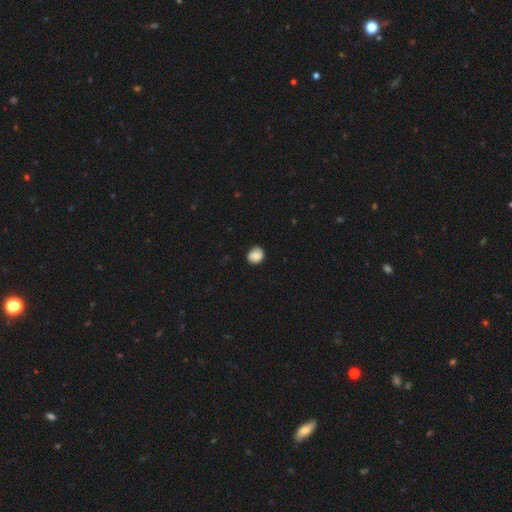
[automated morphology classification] Smooth or featured?
  - smooth: 82% *
  - featured or disk: 9%
  - star or artifact: 9%
How rounded?
  - round: 72% *
  - in between: 27%
  - cigar-shaped: 1%
Merging?
  - none: 78% *
  - minor disturbance: 18%
  - major disturbance: 3%
  - merger: 1%